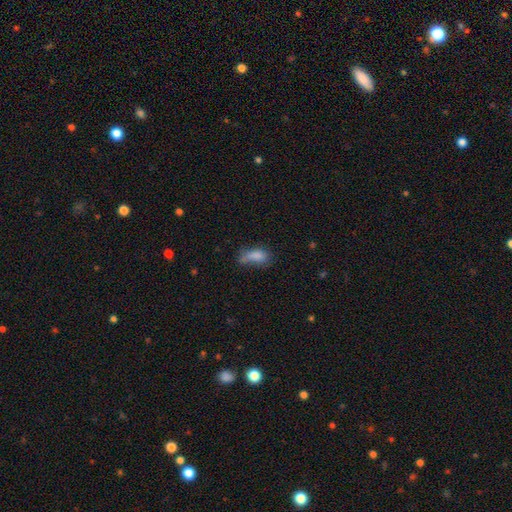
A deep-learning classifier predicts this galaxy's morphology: This appears to be a smooth galaxy with no disk features (78%) that is in between round and cigar-shaped (82%). Merging: none (36%).